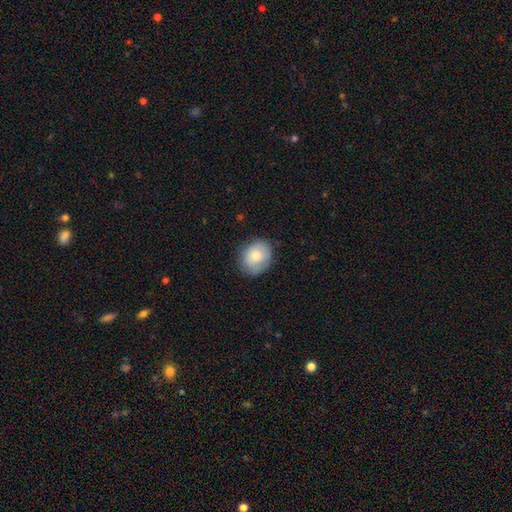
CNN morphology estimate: Smooth or featured? Predicted: smooth (p=0.73). How rounded? Predicted: round (p=0.55). Merging? Predicted: none (p=0.74).